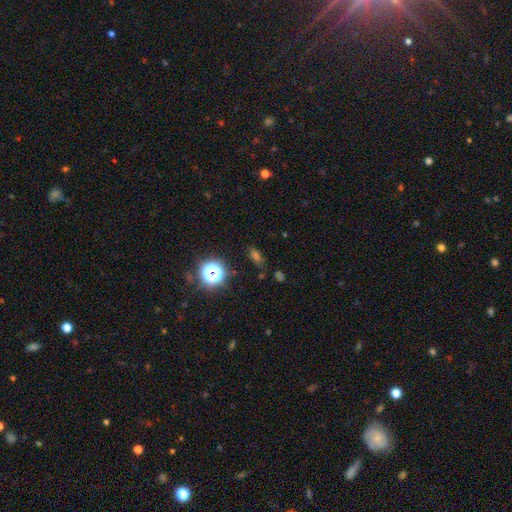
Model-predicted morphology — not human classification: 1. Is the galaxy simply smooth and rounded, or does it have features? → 48% star or artifact, 42% smooth, 10% featured or disk.